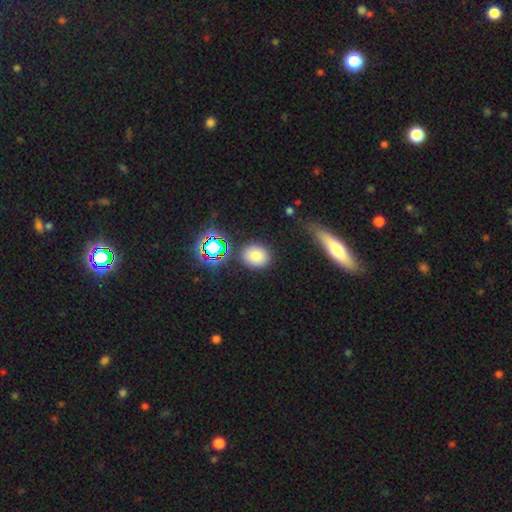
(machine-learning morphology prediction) Smooth or featured: smooth — 75% (star or artifact — 16%)
How rounded: round — 63% (in between — 36%)
Merging: none — 83% (minor disturbance — 10%)